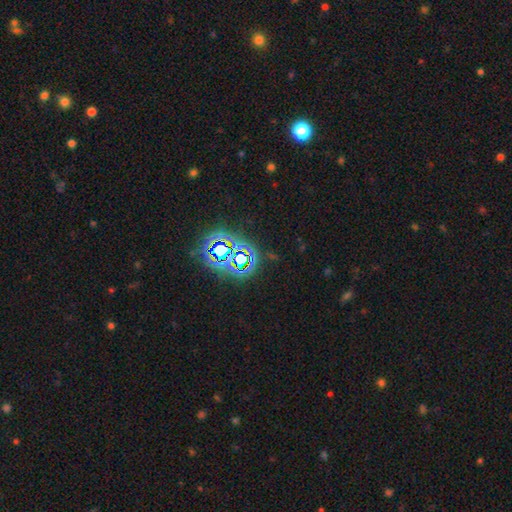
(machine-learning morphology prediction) This appears to be a star or artifact, not a galaxy (70%).